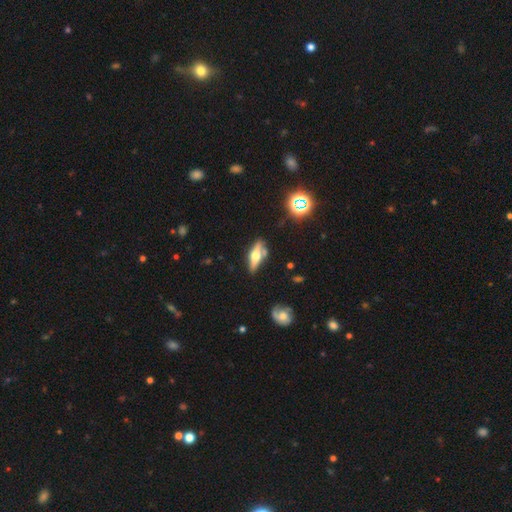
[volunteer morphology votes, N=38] type=featured or disk (58%); edge-on=yes (91%); edge-on bulge=rounded (100%); merging=none (37%, tied with minor disturbance).